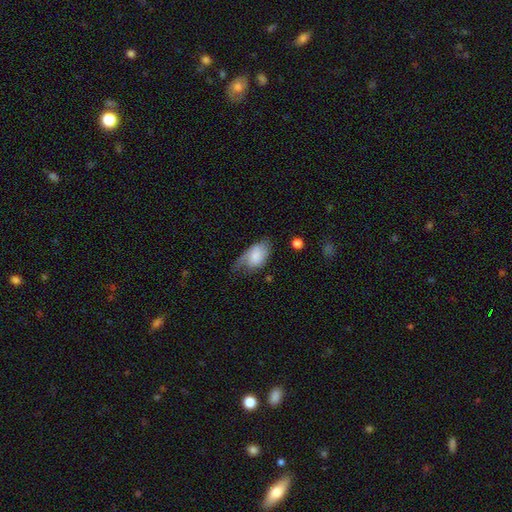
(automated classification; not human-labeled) Smooth or featured? Predicted: smooth (p=0.64). How rounded? Predicted: in between (p=0.91). Merging? Predicted: minor disturbance (p=0.36).